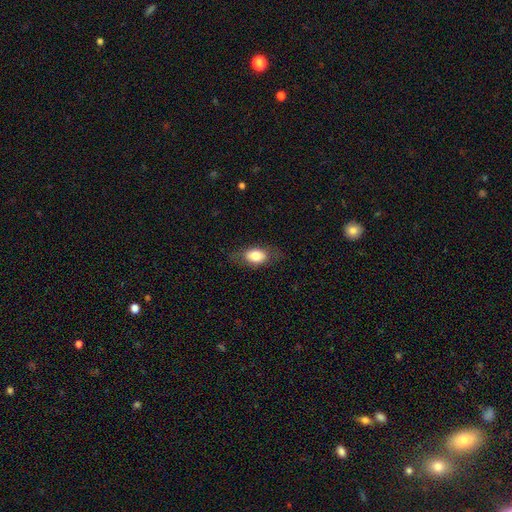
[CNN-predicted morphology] Q: Smooth or featured?
A: smooth (75%); runner-up: featured or disk (18%)
Q: How rounded?
A: in between (83%); runner-up: round (13%)
Q: Merging?
A: none (77%); runner-up: minor disturbance (15%)